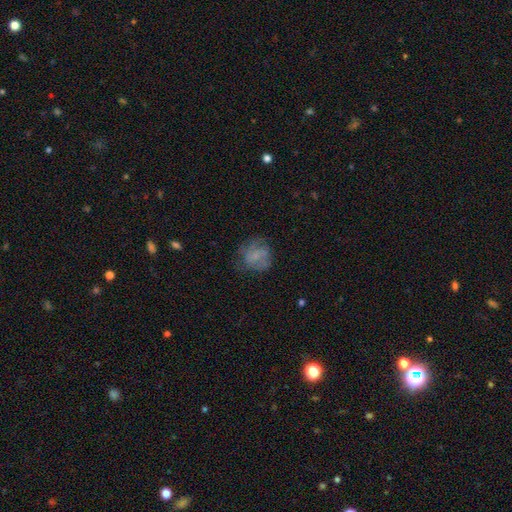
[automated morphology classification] Smooth or featured?
  - smooth: 51% *
  - featured or disk: 38%
  - star or artifact: 12%
How rounded?
  - round: 75% *
  - in between: 24%
  - cigar-shaped: 1%
Merging?
  - none: 58% *
  - minor disturbance: 23%
  - major disturbance: 17%
  - merger: 2%